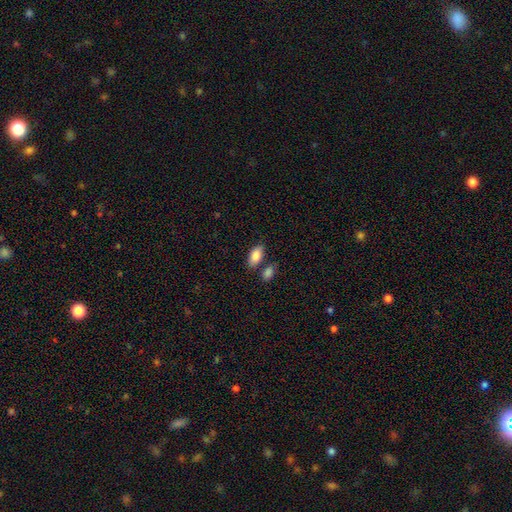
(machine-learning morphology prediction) A smooth galaxy with no disk features (86%) that is in between round and cigar-shaped (91%).

Vote fractions:
- Smooth or featured? smooth: 86% / featured or disk: 8% / star or artifact: 6%
- How rounded? in between: 91% / cigar-shaped: 6% / round: 3%
- Merging? none: 71% / merger: 13% / minor disturbance: 13% / major disturbance: 3%